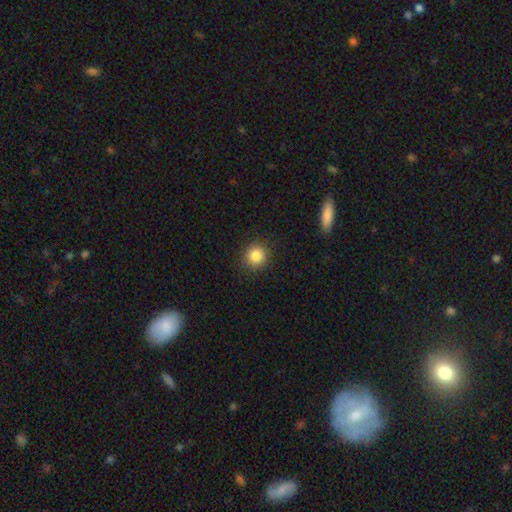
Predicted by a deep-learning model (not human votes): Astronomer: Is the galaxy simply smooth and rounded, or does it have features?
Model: smooth — 86%.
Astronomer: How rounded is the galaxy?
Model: round — 91%.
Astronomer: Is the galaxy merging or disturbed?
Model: none — 90%.